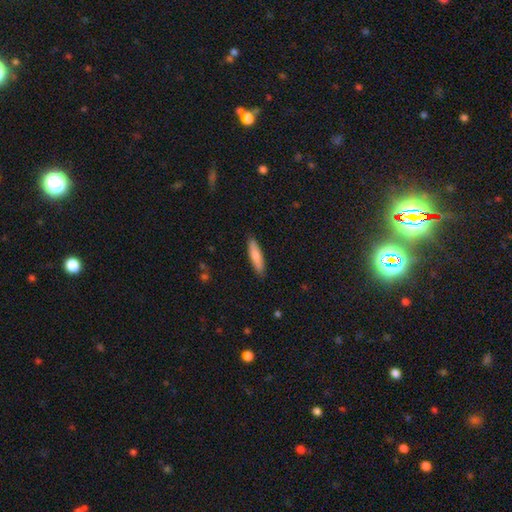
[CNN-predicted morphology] smooth 79%, featured or disk 15%, star or artifact 6%. Down the decision tree: how rounded — cigar-shaped (78%); merging — none (89%).